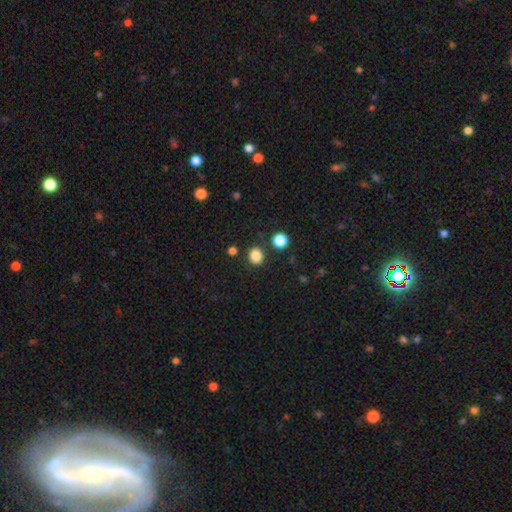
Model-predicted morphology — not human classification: Smooth or featured: smooth — 84% (star or artifact — 12%)
How rounded: round — 75% (in between — 24%)
Merging: none — 84% (minor disturbance — 8%)